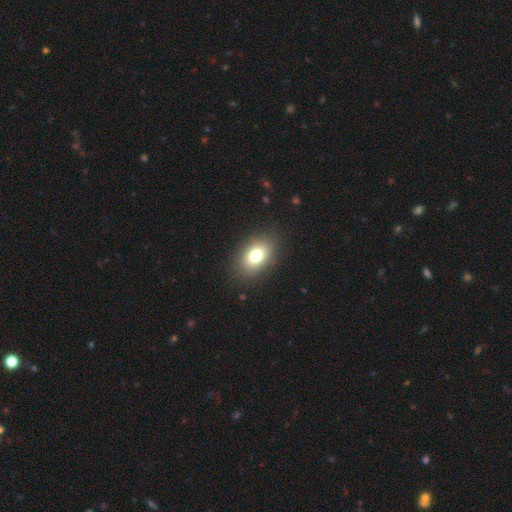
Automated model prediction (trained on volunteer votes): smooth 78%, featured or disk 12%, star or artifact 10%. Down the decision tree: how rounded — in between (84%); merging — none (86%).